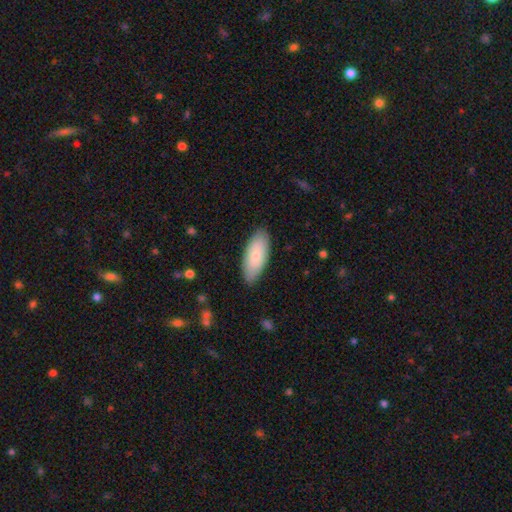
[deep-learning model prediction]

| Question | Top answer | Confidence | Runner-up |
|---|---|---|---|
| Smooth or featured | smooth | 80% | featured or disk (15%) |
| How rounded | in between | 84% | cigar-shaped (14%) |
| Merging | none | 86% | minor disturbance (11%) |